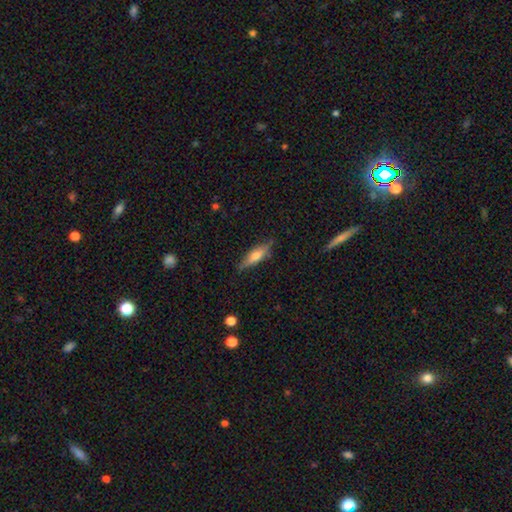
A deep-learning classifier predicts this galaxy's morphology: Overall: smooth (52%; featured or disk 42%). How rounded: cigar-shaped (55%; in between 43%). Merging: none (78%).